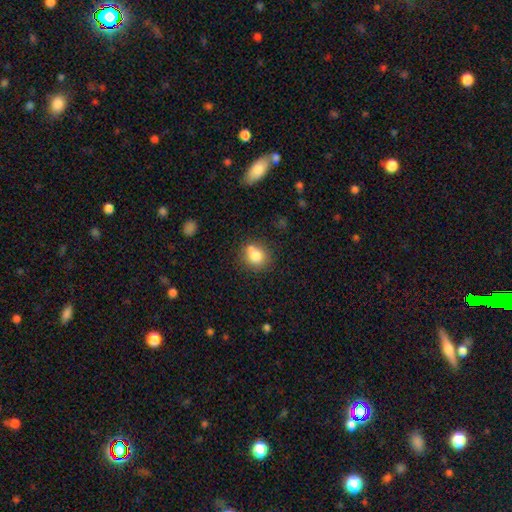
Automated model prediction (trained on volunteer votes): smooth 78%, featured or disk 11%, star or artifact 11%. Down the decision tree: how rounded — round (72%); merging — none (60%).